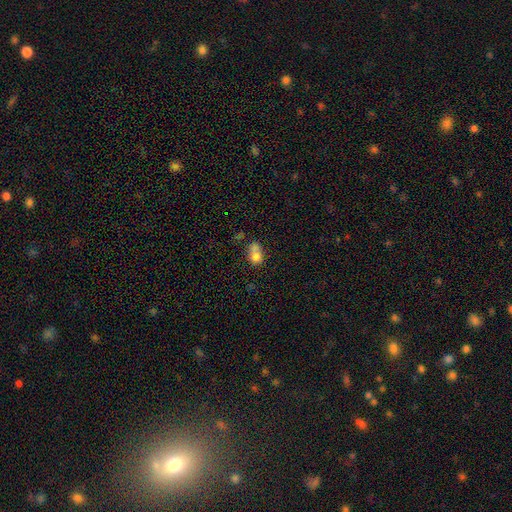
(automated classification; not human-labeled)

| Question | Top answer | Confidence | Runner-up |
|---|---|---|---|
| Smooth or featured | smooth | 74% | featured or disk (15%) |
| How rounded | in between | 62% | round (36%) |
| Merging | merger | 38% | none (30%) |